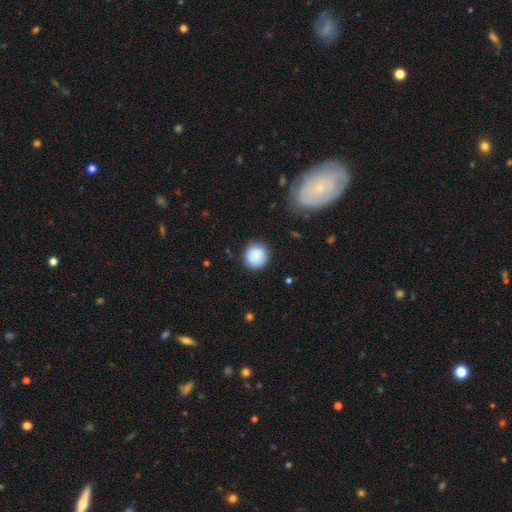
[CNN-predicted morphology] This is clearly a smooth galaxy (86%). How rounded: clearly round (90%). Merging: clearly none (85%).